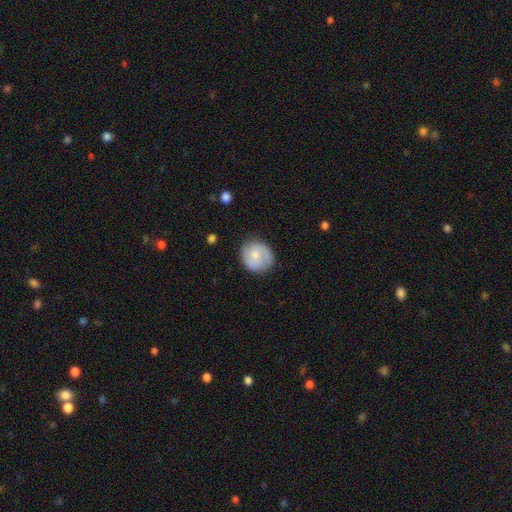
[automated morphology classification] Q: Smooth or featured?
A: smooth (58%); runner-up: featured or disk (35%)
Q: How rounded?
A: round (84%); runner-up: in between (15%)
Q: Merging?
A: none (78%); runner-up: minor disturbance (16%)